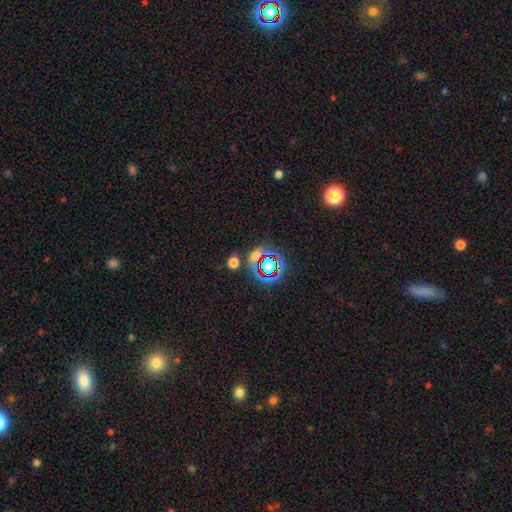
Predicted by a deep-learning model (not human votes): A star or artifact, not a galaxy (49%).

Vote fractions:
- Smooth or featured? star or artifact: 49% / smooth: 41% / featured or disk: 10%